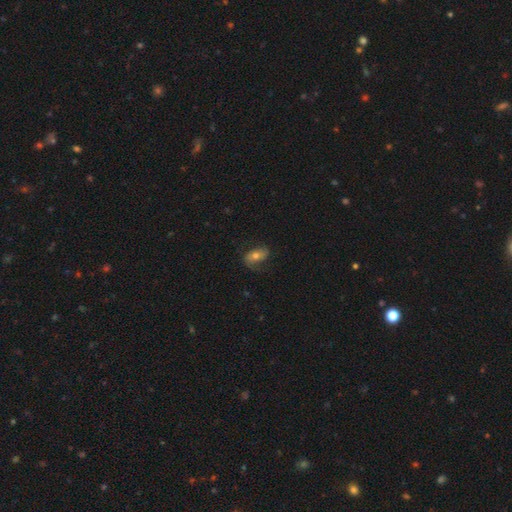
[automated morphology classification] This appears to be a featured or disk galaxy (46%). Merging: none (65%).